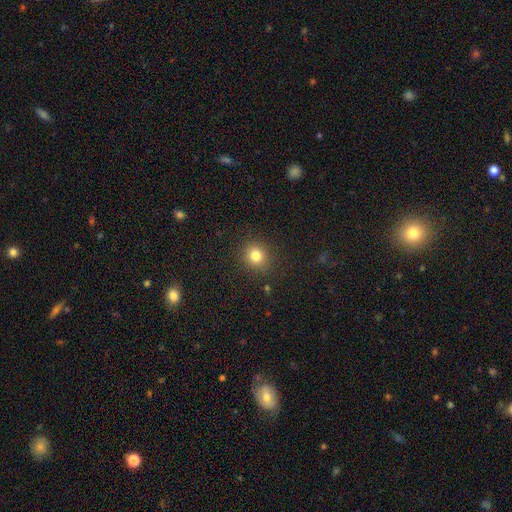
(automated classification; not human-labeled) This is clearly a smooth galaxy (80%). How rounded: clearly round (88%). Merging: clearly none (89%).